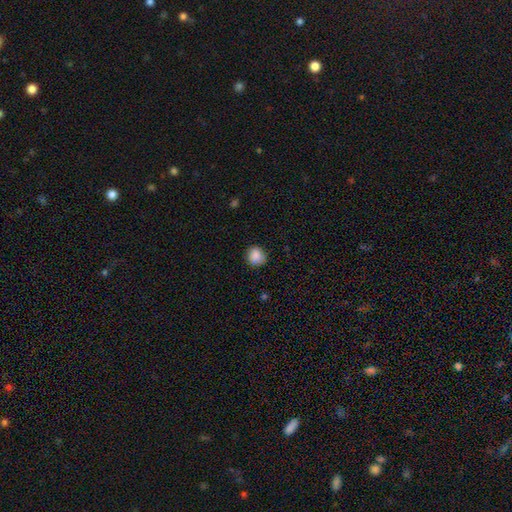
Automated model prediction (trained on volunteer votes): Smooth or featured? Predicted: smooth (p=0.86). How rounded? Predicted: round (p=0.84). Merging? Predicted: none (p=0.77).